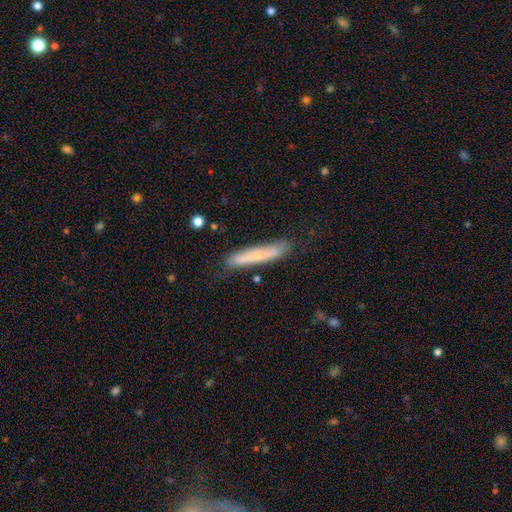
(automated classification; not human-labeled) This appears to be a smooth galaxy with no disk features (67%) that is cigar-shaped (93%). Merging: none (77%).